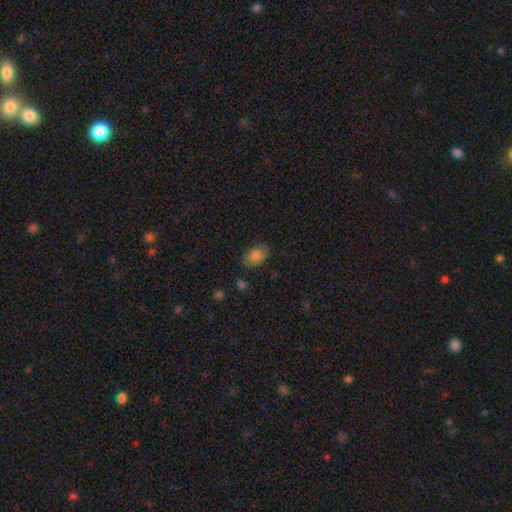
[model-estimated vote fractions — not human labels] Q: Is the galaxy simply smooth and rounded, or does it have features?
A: smooth — 82%.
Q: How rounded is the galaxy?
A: in between — 84%.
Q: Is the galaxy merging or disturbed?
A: none — 77%.